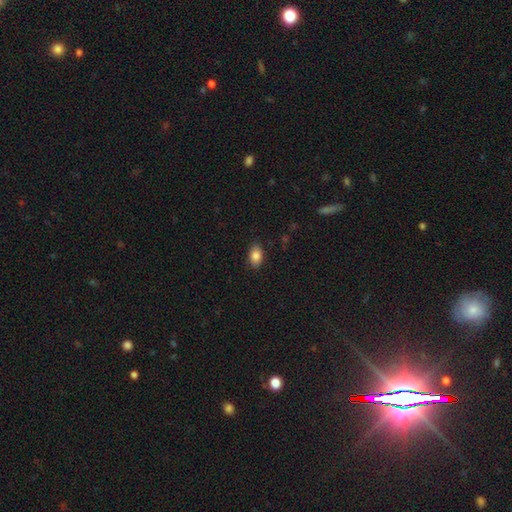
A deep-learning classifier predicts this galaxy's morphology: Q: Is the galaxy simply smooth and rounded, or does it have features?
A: smooth — 86%.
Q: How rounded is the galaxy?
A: in between — 89%.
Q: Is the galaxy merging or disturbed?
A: none — 86%.